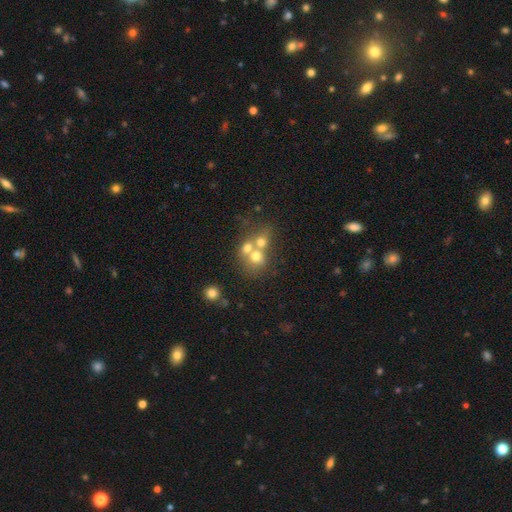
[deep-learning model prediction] This appears to be a smooth galaxy with no disk features (61%) that is round (75%). Merging: merger (60%).